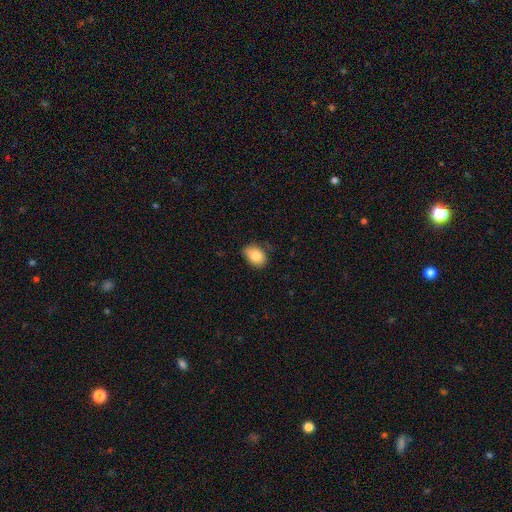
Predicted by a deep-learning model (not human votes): This appears to be a smooth galaxy with no disk features (80%) that is in between round and cigar-shaped (68%). Merging: none (64%).